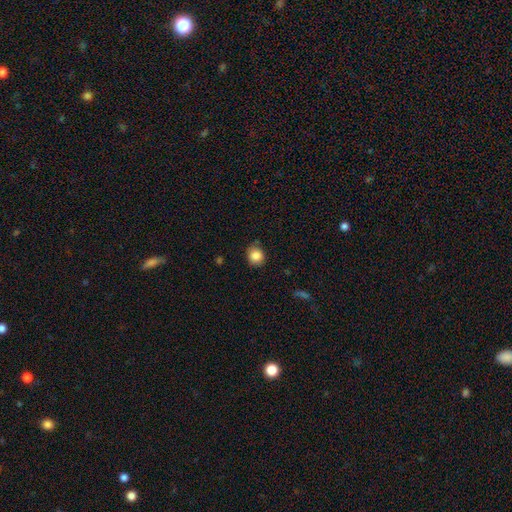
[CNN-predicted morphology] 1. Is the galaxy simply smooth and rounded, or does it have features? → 86% smooth, 9% star or artifact, 5% featured or disk.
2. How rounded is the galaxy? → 75% round, 24% in between, 1% cigar-shaped.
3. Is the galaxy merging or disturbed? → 75% none, 20% minor disturbance, 4% major disturbance, 2% merger.